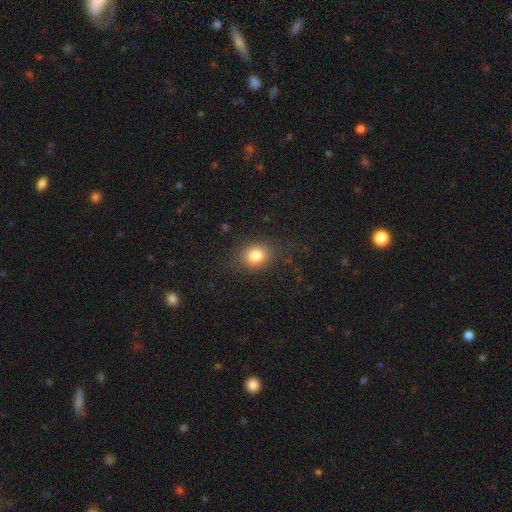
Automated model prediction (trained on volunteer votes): smooth_or_featured: smooth (p=0.81) [alt: star or artifact p=0.11]
how_rounded: round (p=0.51) [alt: in between p=0.47]
merging: none (p=0.81) [alt: minor disturbance p=0.13]